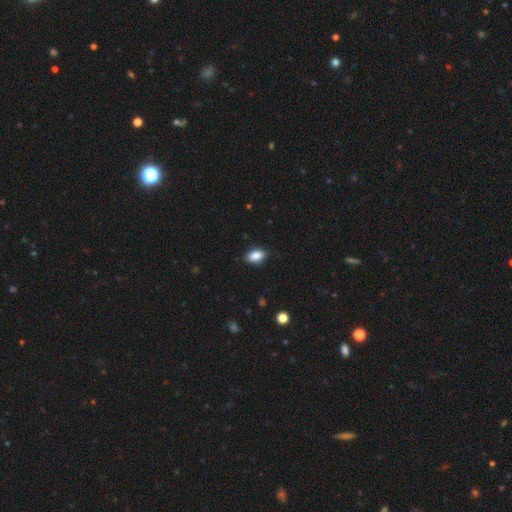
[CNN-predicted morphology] This is clearly a smooth galaxy (87%). How rounded: clearly in between (90%). Merging: clearly none (86%).